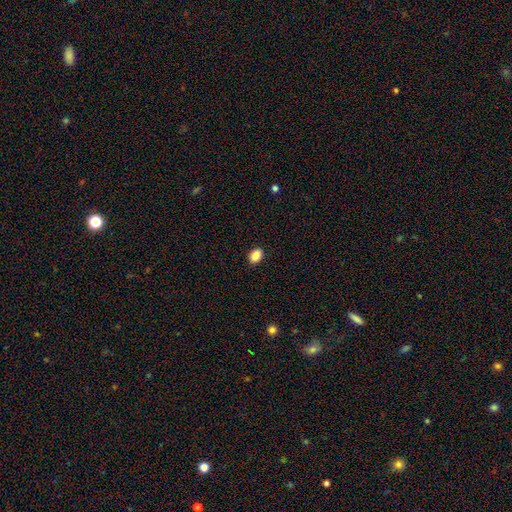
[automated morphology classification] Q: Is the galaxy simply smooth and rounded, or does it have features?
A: smooth — 88%.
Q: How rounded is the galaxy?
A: in between — 79%.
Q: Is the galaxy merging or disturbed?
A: none — 89%.